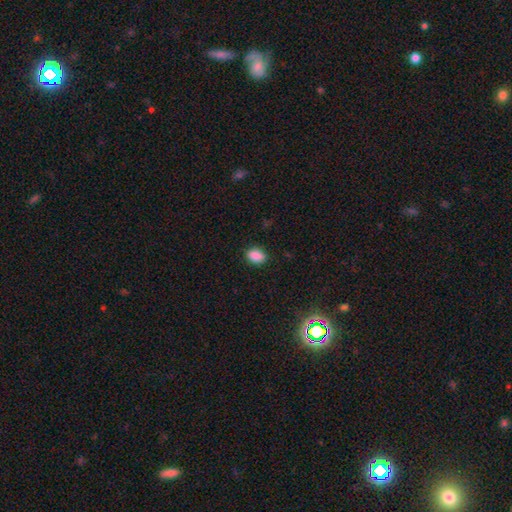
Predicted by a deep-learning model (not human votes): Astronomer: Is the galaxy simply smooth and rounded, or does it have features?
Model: smooth — 88%.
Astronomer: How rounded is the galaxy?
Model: in between — 79%.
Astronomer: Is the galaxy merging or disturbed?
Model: none — 87%.